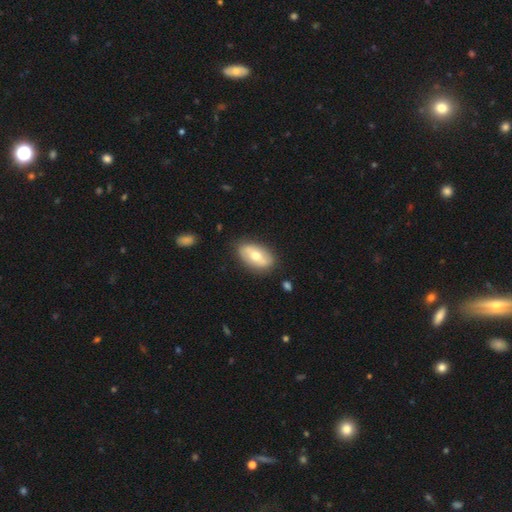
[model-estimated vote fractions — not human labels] The model was most divided on "smooth or featured": smooth: 54%, featured or disk: 40%, star or artifact: 6%. More confident: how rounded — in between (91%); merging — none (83%).